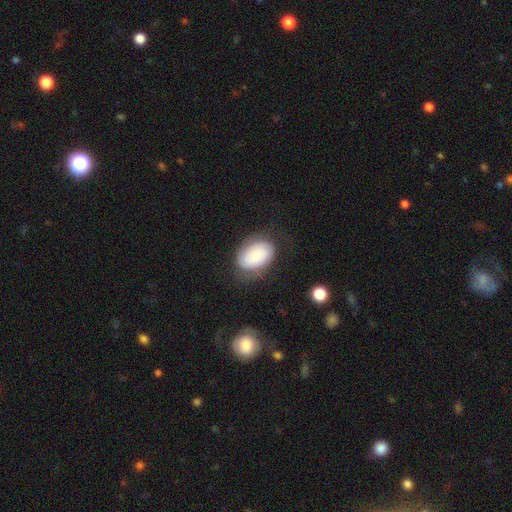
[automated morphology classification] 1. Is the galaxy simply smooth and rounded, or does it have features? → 63% smooth, 30% featured or disk, 7% star or artifact.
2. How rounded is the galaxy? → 83% in between, 16% round, 1% cigar-shaped.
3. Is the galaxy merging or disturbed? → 66% none, 22% minor disturbance, 10% major disturbance, 2% merger.